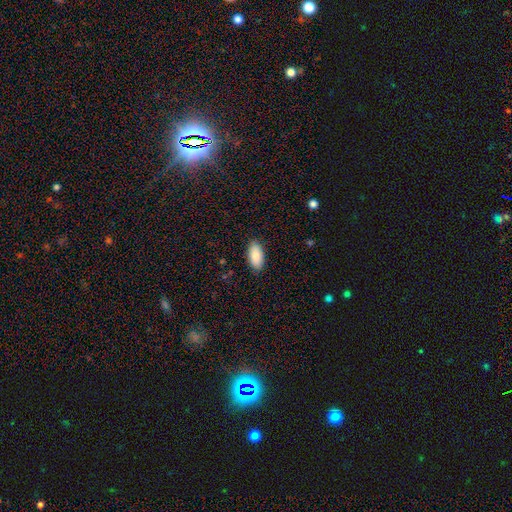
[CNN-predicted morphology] The model was most divided on "merging": none: 89%, minor disturbance: 8%, major disturbance: 2%, merger: 1%. More confident: how rounded — in between (93%); smooth or featured — smooth (89%).